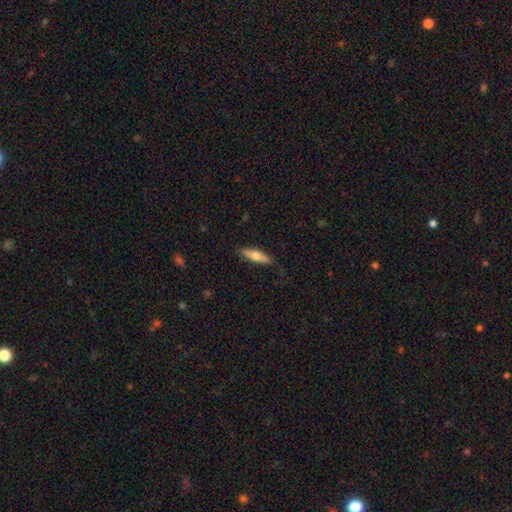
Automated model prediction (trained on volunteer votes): A smooth galaxy with no disk features (62%) that is cigar-shaped (65%). Merging: none (86%).